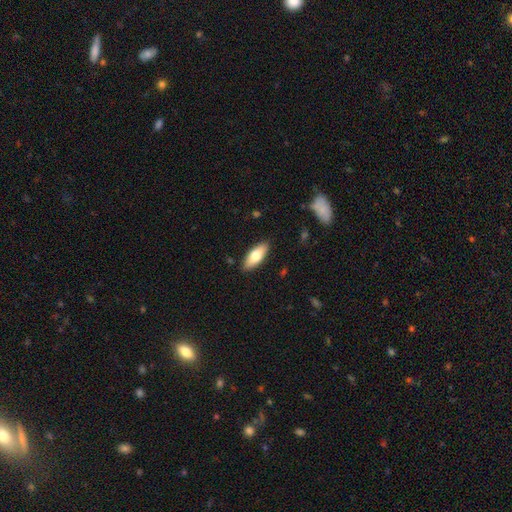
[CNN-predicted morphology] smooth-or-featured: smooth: 72% | featured or disk: 23% | star or artifact: 6%
  how-rounded: in between: 74% | cigar-shaped: 24% | round: 2%
  merging: none: 88% | minor disturbance: 9% | major disturbance: 2% | merger: 1%